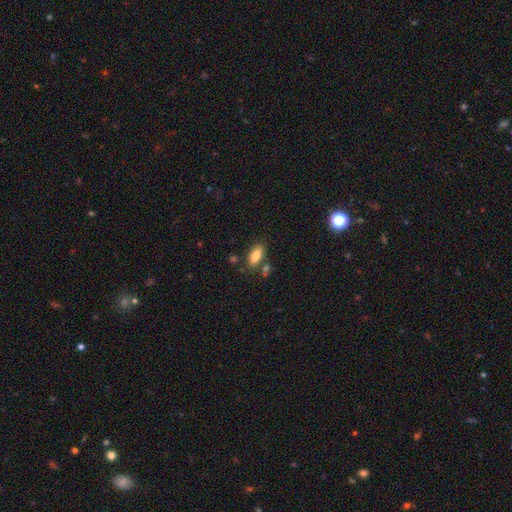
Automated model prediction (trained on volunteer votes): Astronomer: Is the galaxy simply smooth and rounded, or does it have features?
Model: smooth — 81%.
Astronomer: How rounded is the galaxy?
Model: in between — 83%.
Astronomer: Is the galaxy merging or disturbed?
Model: none — 75%.